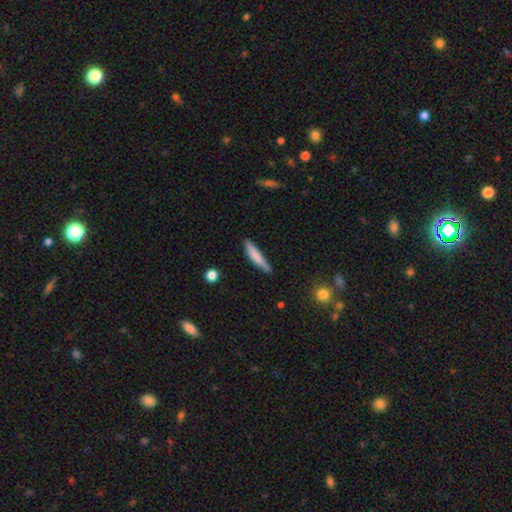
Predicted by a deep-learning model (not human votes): Overall: smooth (77%). How rounded: cigar-shaped (88%). Merging: none (73%).